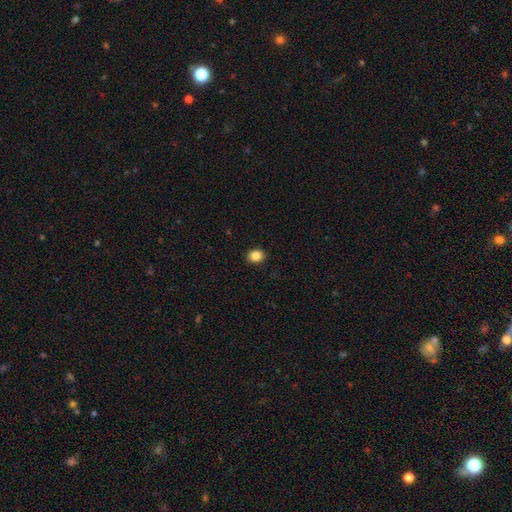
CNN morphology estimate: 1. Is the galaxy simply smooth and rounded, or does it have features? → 86% smooth, 10% star or artifact, 4% featured or disk.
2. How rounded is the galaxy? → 51% round, 48% in between, 1% cigar-shaped.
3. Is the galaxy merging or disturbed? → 91% none, 7% minor disturbance, 2% major disturbance, 1% merger.